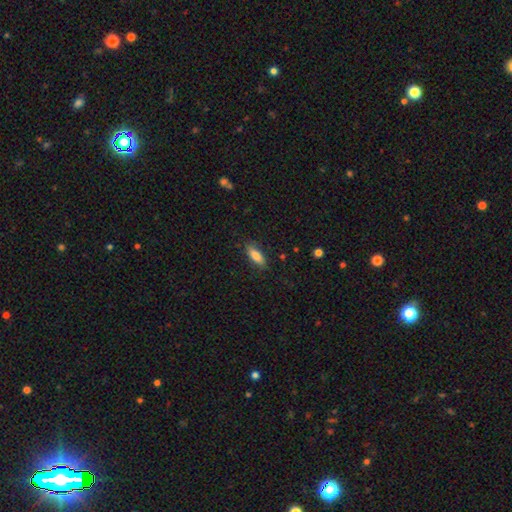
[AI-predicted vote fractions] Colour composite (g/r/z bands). It shows a smooth galaxy with no disk features (82%) that is in between round and cigar-shaped (66%). Merging: none (82%).